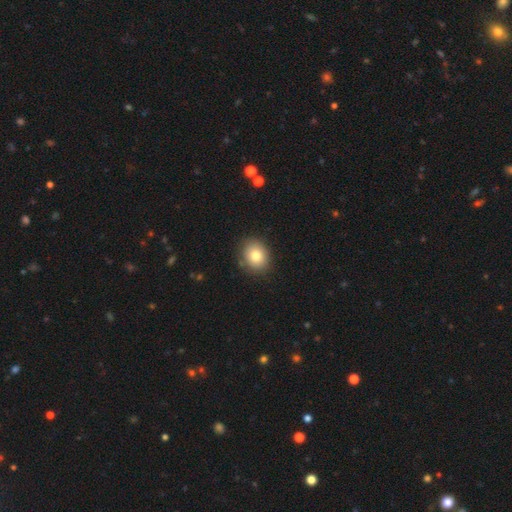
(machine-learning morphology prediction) smooth 81%, featured or disk 10%, star or artifact 10%. Down the decision tree: how rounded — round (58%); merging — none (86%).